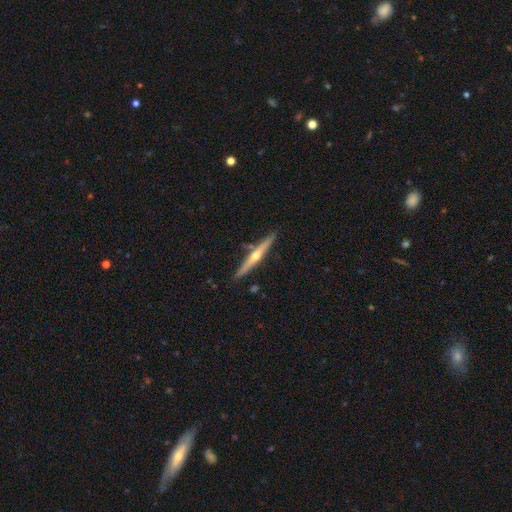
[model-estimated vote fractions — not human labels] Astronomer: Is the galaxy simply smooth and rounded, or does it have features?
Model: featured or disk — 71%.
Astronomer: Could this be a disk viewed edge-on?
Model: yes — 97%.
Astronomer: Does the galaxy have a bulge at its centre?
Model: rounded — 90%.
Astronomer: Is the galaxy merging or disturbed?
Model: none — 86%.